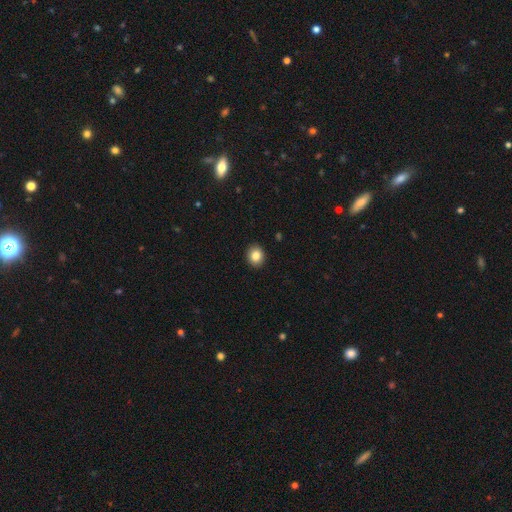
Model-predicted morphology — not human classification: Smooth or featured? Predicted: smooth (p=0.85). How rounded? Predicted: round (p=0.68). Merging? Predicted: none (p=0.92).